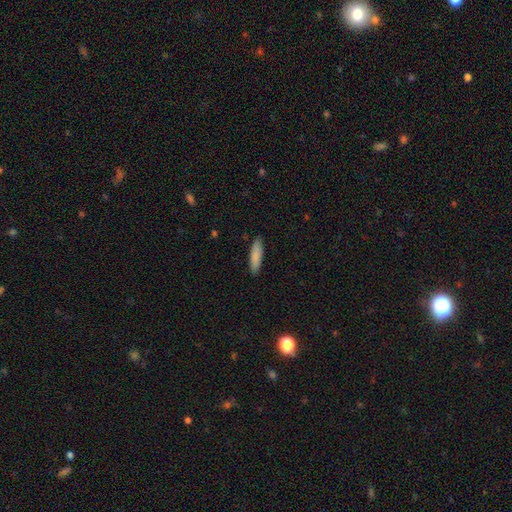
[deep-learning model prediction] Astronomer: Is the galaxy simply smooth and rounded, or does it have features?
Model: smooth — 86%.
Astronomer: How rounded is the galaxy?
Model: cigar-shaped — 70%.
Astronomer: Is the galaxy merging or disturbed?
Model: none — 89%.